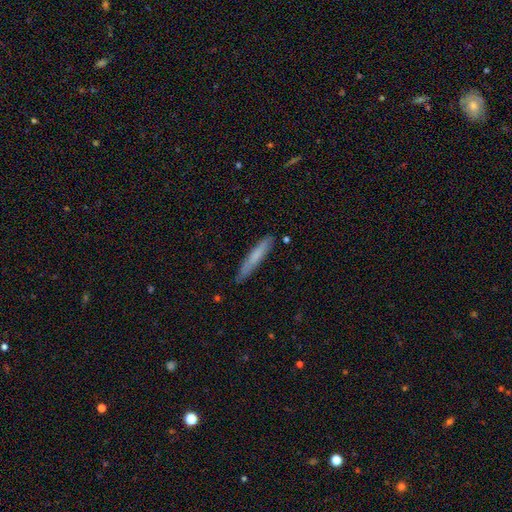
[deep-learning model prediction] This appears to be a smooth galaxy with no disk features (68%) that is cigar-shaped (94%). Merging: none (85%).